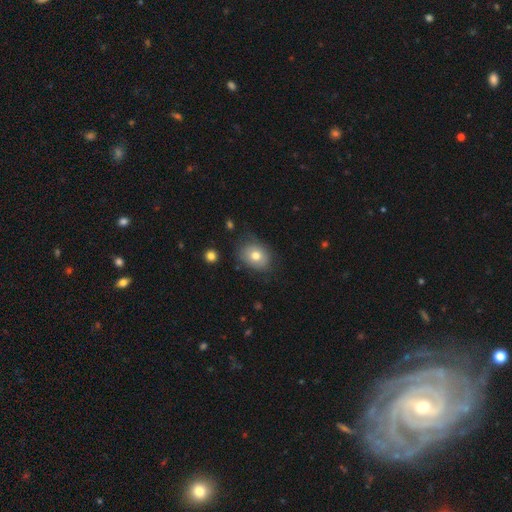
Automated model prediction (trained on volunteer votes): Morphology: type=smooth (75%); roundness=in between (53%); merging=none (71%).